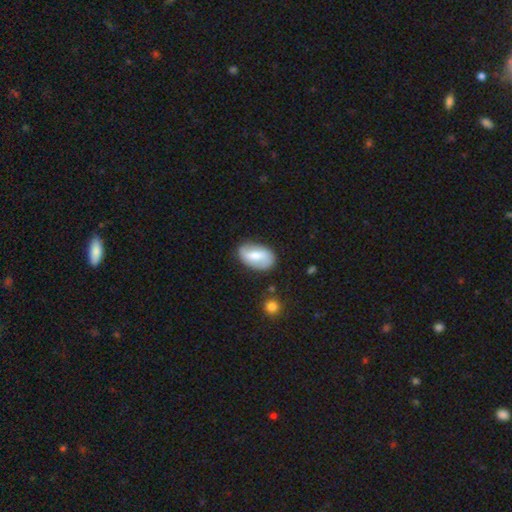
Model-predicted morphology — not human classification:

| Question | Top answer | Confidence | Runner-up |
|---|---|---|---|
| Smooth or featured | smooth | 50% | featured or disk (43%) |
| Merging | none | 76% | minor disturbance (17%) |